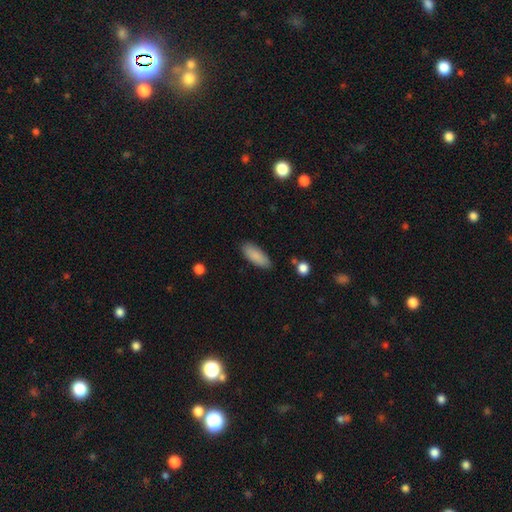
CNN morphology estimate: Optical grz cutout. It shows a smooth galaxy with no disk features (87%) that is in between round and cigar-shaped (74%). Merging: none (84%).